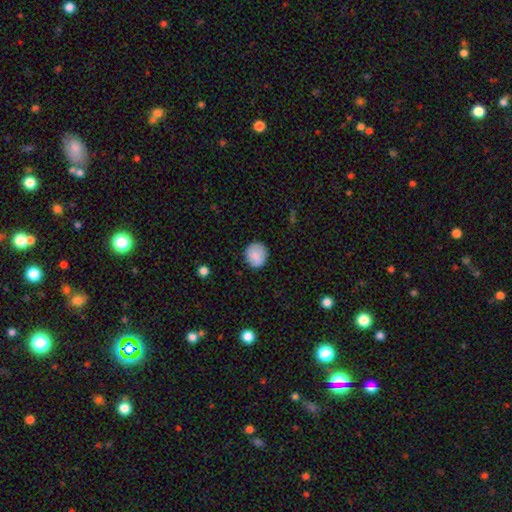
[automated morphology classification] type=smooth (84%); roundness=round (78%); merging=none (84%).